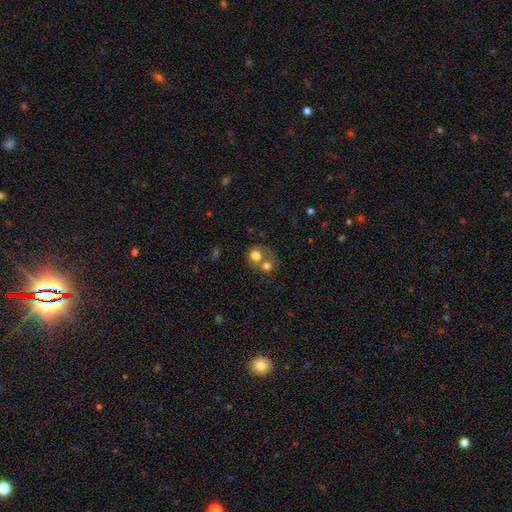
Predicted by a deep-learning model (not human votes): smooth_or_featured: smooth (p=0.73) [alt: featured or disk p=0.17]
how_rounded: round (p=0.72) [alt: in between p=0.27]
merging: merger (p=0.58) [alt: none p=0.28]